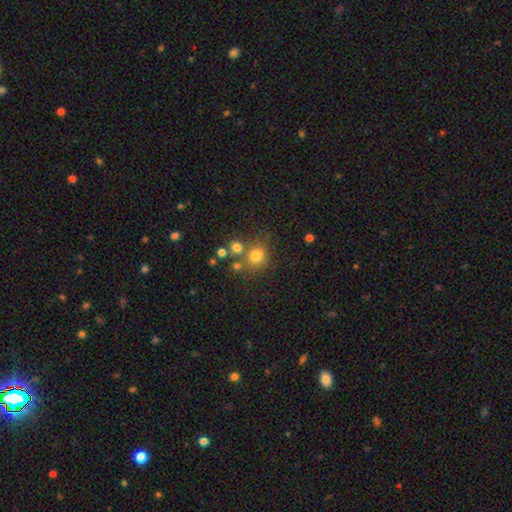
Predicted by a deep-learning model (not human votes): A smooth galaxy with no disk features (74%) that is round (82%). Merging: none (60%).